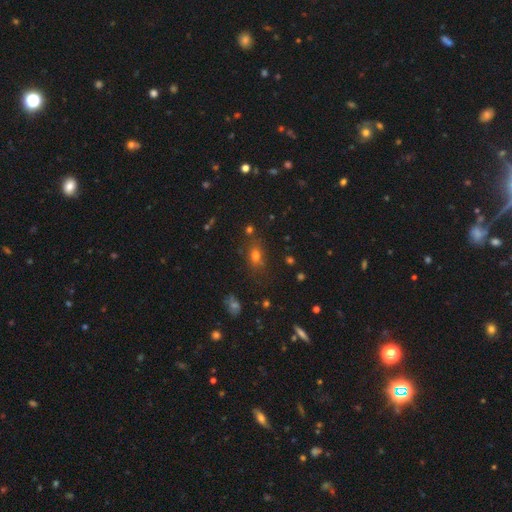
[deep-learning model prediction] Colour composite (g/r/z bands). It shows a smooth galaxy with no disk features (65%) that is in between round and cigar-shaped (67%). Merging: none (70%).